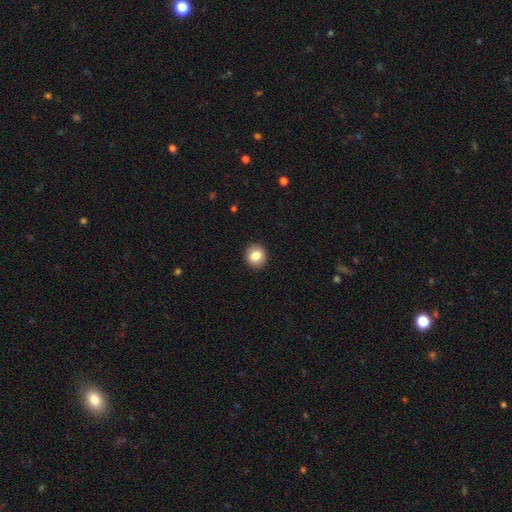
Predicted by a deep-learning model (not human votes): A smooth galaxy with no disk features (83%) that is round (84%).

Vote fractions:
- Smooth or featured? smooth: 83% / star or artifact: 9% / featured or disk: 9%
- How rounded? round: 84% / in between: 15% / cigar-shaped: 1%
- Merging? none: 92% / minor disturbance: 5% / major disturbance: 2% / merger: 1%